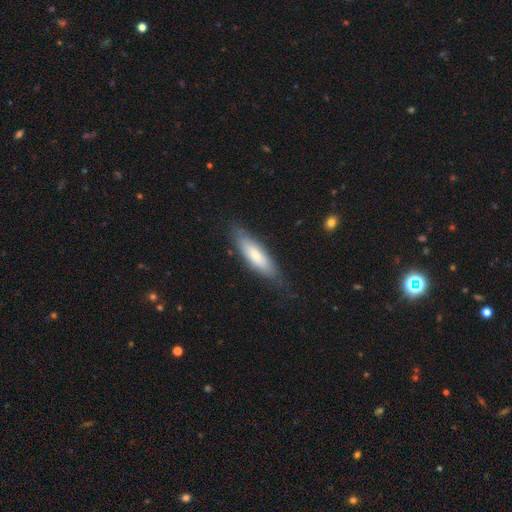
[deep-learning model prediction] Smooth or featured? Predicted: smooth (p=0.64). How rounded? Predicted: cigar-shaped (p=0.54). Merging? Predicted: none (p=0.74).